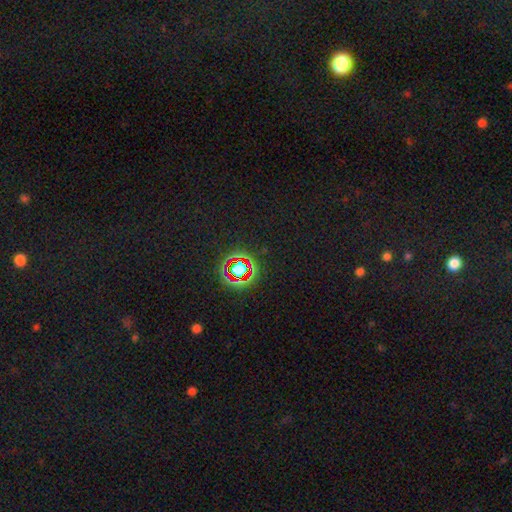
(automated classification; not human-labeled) smooth_or_featured: star or artifact (p=0.76) [alt: smooth p=0.14]